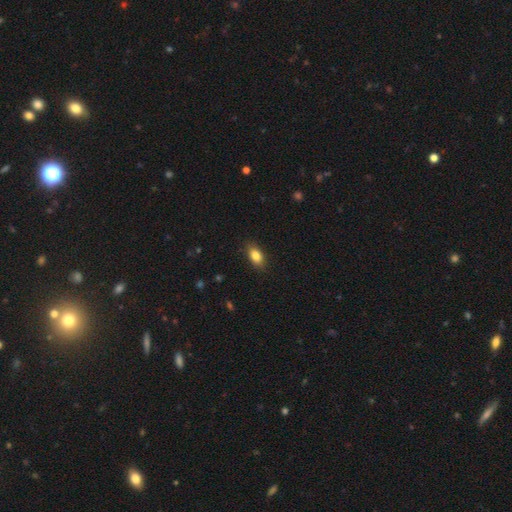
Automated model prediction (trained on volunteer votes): Smooth or featured? smooth (84%)
How rounded? in between (88%)
Merging? none (87%)